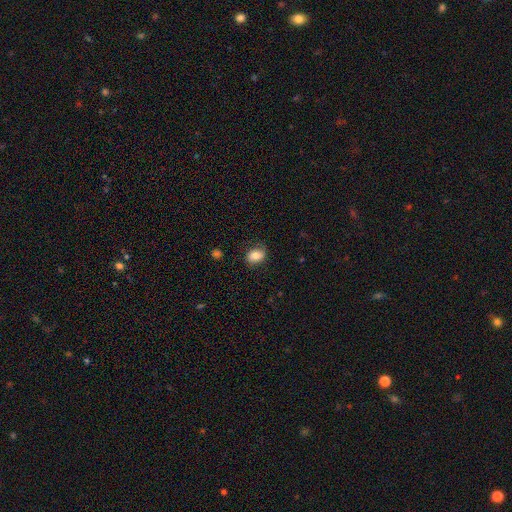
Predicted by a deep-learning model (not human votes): A smooth galaxy with no disk features (77%) that is in between round and cigar-shaped (68%). Merging: none (77%).